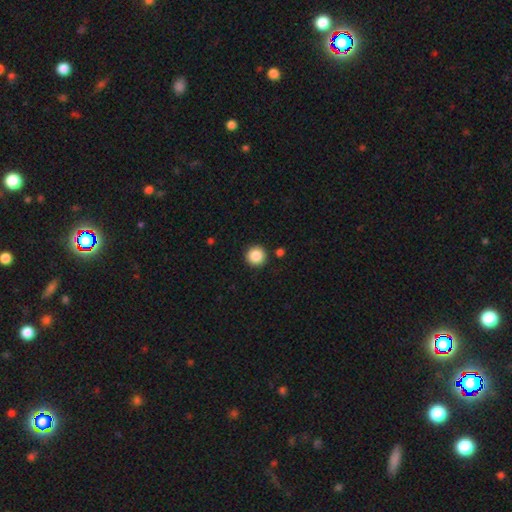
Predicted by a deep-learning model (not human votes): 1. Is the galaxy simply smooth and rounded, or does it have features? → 88% smooth, 9% star or artifact, 3% featured or disk.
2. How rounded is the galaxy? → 96% round, 3% in between, 1% cigar-shaped.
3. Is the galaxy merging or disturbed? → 91% none, 5% minor disturbance, 2% merger, 2% major disturbance.